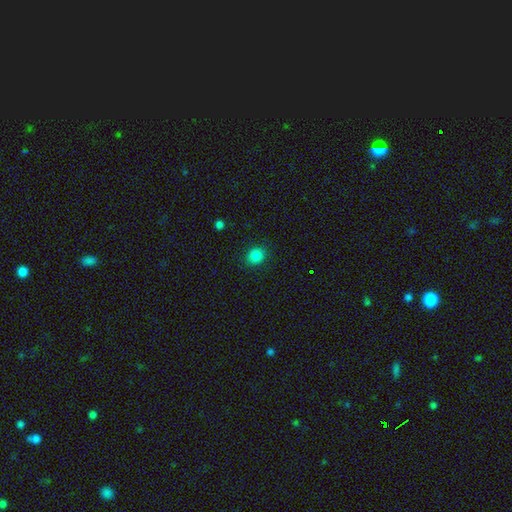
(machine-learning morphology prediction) Smooth or featured?
  - smooth: 84% *
  - star or artifact: 12%
  - featured or disk: 4%
How rounded?
  - round: 75% *
  - in between: 25%
  - cigar-shaped: 1%
Merging?
  - none: 90% *
  - minor disturbance: 7%
  - major disturbance: 2%
  - merger: 1%